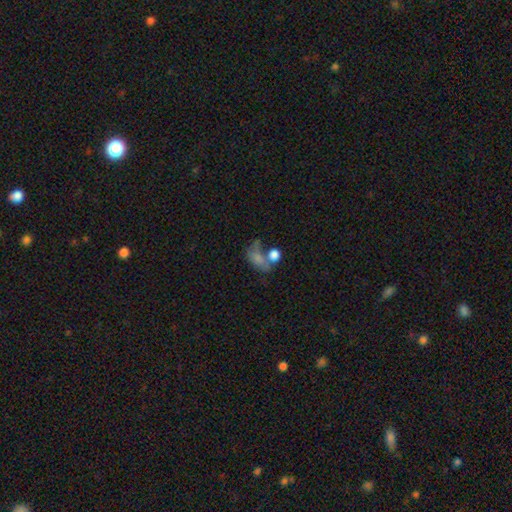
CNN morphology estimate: type=smooth (55%); roundness=in between (68%); merging=merger (36%).